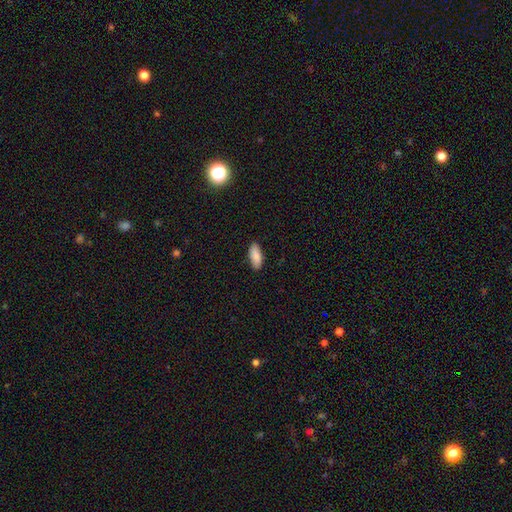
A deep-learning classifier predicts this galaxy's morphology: smooth_or_featured: smooth (p=0.87) [alt: featured or disk p=0.07]
how_rounded: in between (p=0.81) [alt: cigar-shaped p=0.17]
merging: none (p=0.87) [alt: minor disturbance p=0.10]